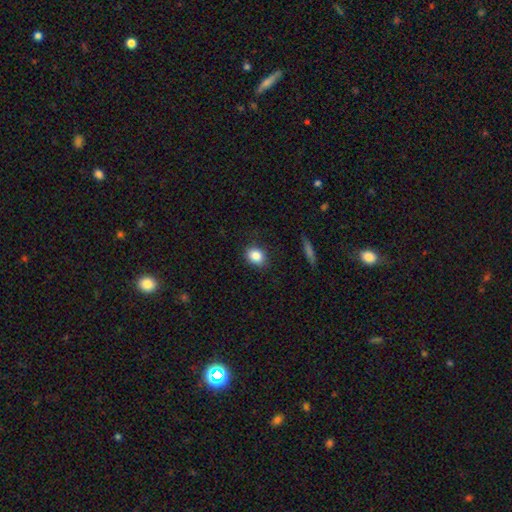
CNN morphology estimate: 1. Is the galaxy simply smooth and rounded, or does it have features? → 85% smooth, 9% star or artifact, 6% featured or disk.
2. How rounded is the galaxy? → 50% round, 48% in between, 1% cigar-shaped.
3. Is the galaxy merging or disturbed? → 84% none, 12% minor disturbance, 3% major disturbance, 1% merger.